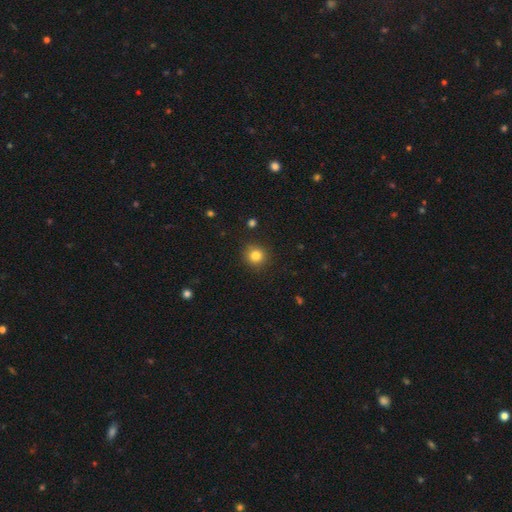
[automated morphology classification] The model was most divided on "smooth or featured": smooth: 82%, star or artifact: 12%, featured or disk: 6%. More confident: how rounded — round (91%); merging — none (90%).